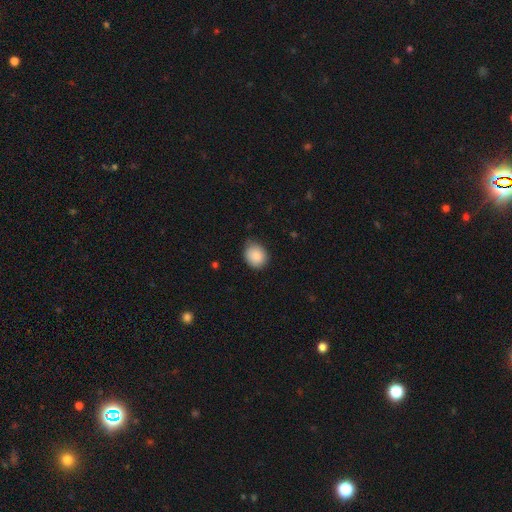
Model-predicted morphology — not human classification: Overall: smooth (87%). How rounded: round (64%; in between 36%). Merging: none (71%).